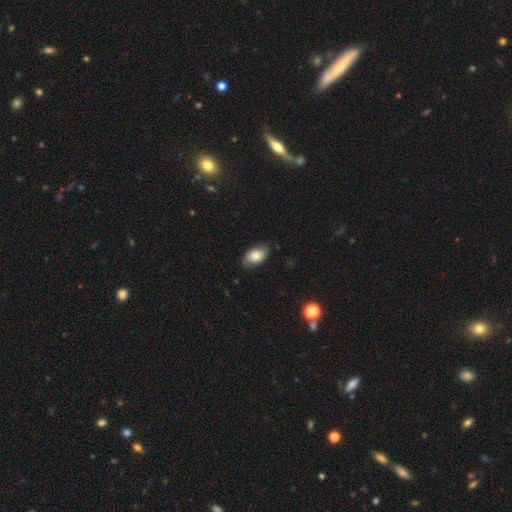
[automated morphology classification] This appears to be a smooth galaxy with no disk features (82%) that is in between round and cigar-shaped (92%). Merging: none (81%).